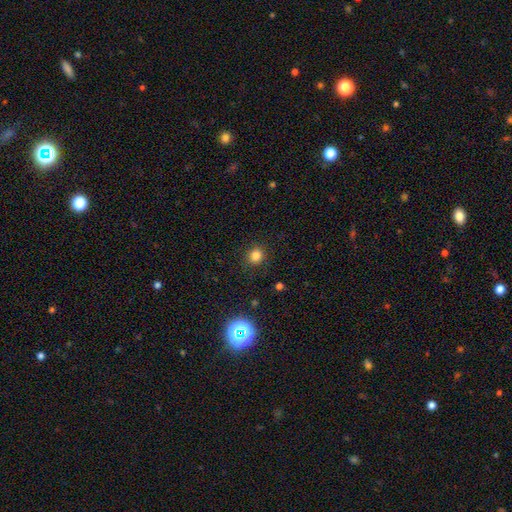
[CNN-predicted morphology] smooth-or-featured: smooth: 80% | star or artifact: 15% | featured or disk: 4%
  how-rounded: round: 88% | in between: 11% | cigar-shaped: 1%
  merging: none: 89% | minor disturbance: 7% | major disturbance: 3% | merger: 1%